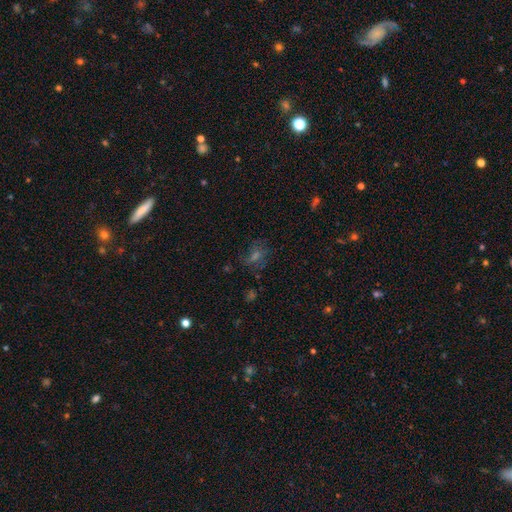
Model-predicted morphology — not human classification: A star or artifact, not a galaxy (37%).

Vote fractions:
- Smooth or featured? star or artifact: 37% / smooth: 33% / featured or disk: 30%